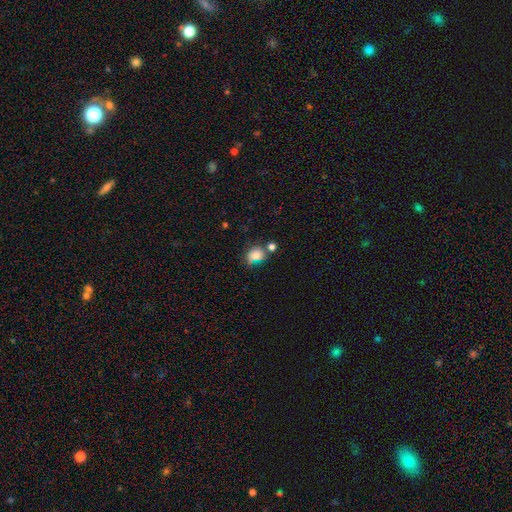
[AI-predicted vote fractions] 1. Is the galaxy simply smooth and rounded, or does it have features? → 79% smooth, 11% star or artifact, 10% featured or disk.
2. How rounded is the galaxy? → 56% round, 43% in between, 1% cigar-shaped.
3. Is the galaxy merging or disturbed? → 49% none, 21% merger, 21% minor disturbance, 8% major disturbance.